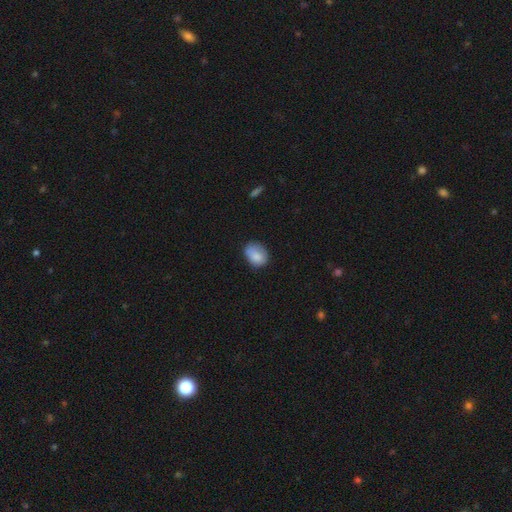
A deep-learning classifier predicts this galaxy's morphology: A smooth galaxy with no disk features (83%) that is in between round and cigar-shaped (64%). Merging: none (62%).